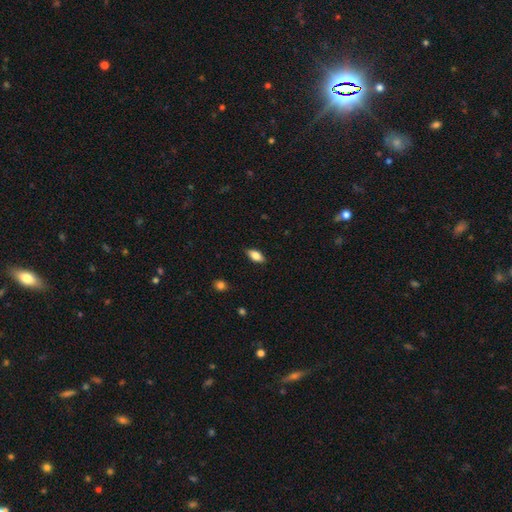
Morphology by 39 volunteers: smooth 82%, featured or disk 13%, star or artifact 5%. Down the decision tree: how rounded — in between (84%); merging — none (92%).